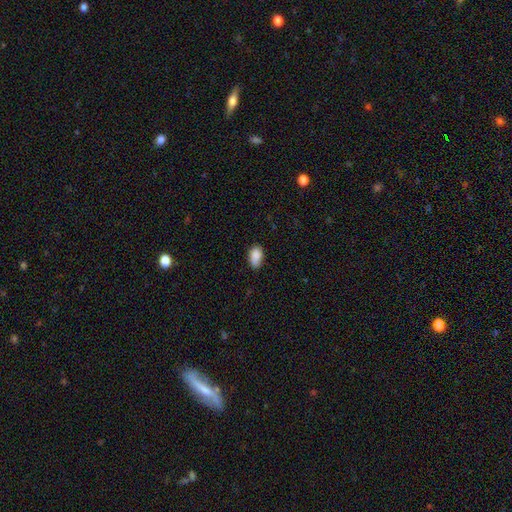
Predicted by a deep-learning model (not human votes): Overall: smooth (88%). How rounded: in between (92%). Merging: none (70%).